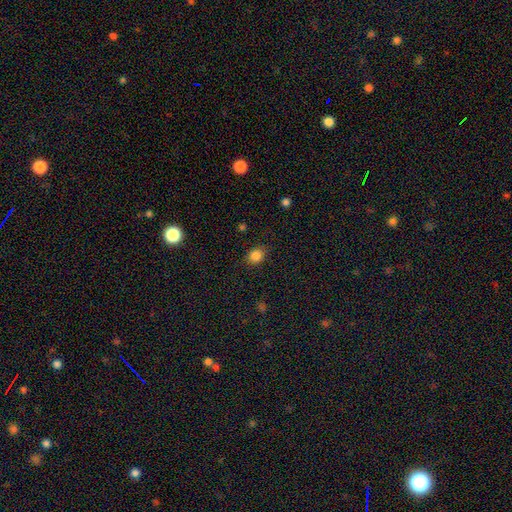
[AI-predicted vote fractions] This is clearly a smooth galaxy (85%). How rounded: possibly round (56%). Merging: clearly none (83%).